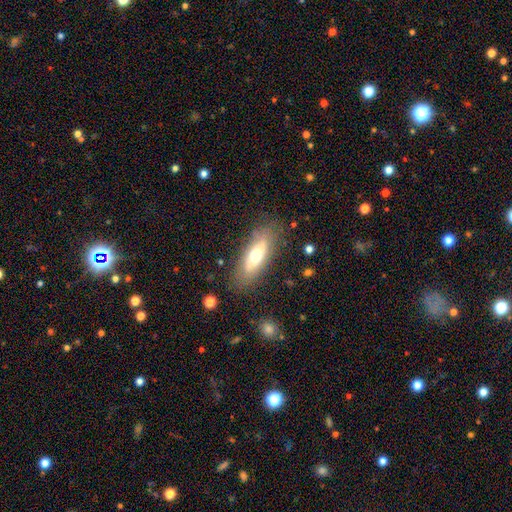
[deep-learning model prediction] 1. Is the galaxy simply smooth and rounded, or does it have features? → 57% smooth, 36% featured or disk, 7% star or artifact.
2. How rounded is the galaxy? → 63% in between, 34% cigar-shaped, 3% round.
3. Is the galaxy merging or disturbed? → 80% none, 14% minor disturbance, 5% major disturbance, 2% merger.